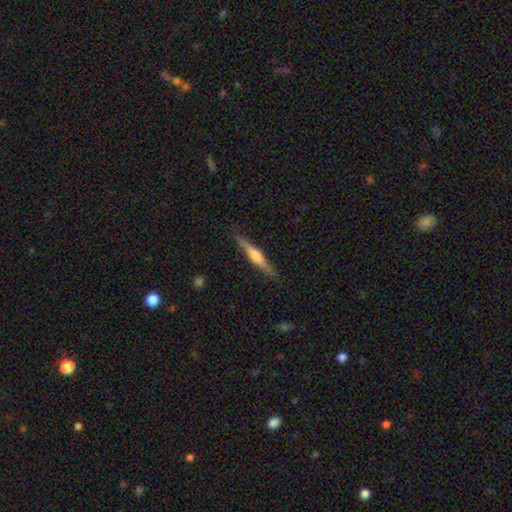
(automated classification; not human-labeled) Smooth or featured? Predicted: featured or disk (p=0.61). Edge-on disk? Predicted: yes (p=0.97). Edge-on bulge? Predicted: rounded (p=0.71). Merging? Predicted: none (p=0.88).